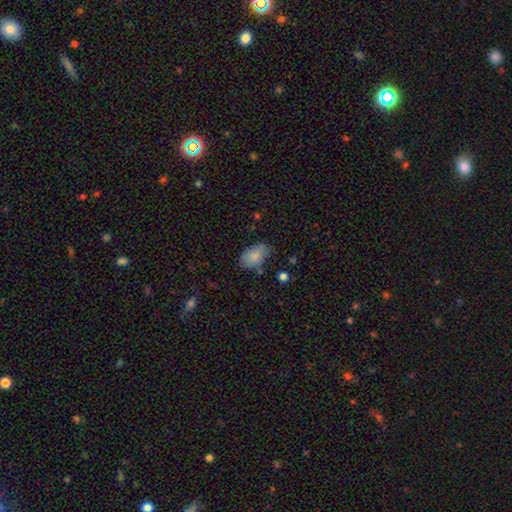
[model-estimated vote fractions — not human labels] smooth_or_featured: smooth (p=0.83) [alt: featured or disk p=0.10]
how_rounded: in between (p=0.91) [alt: round p=0.08]
merging: none (p=0.63) [alt: minor disturbance p=0.27]